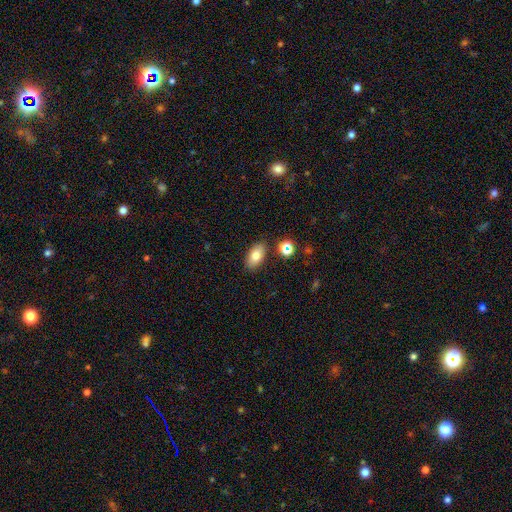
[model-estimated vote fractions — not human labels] Smooth or featured? Predicted: smooth (p=0.78). How rounded? Predicted: in between (p=0.91). Merging? Predicted: none (p=0.85).